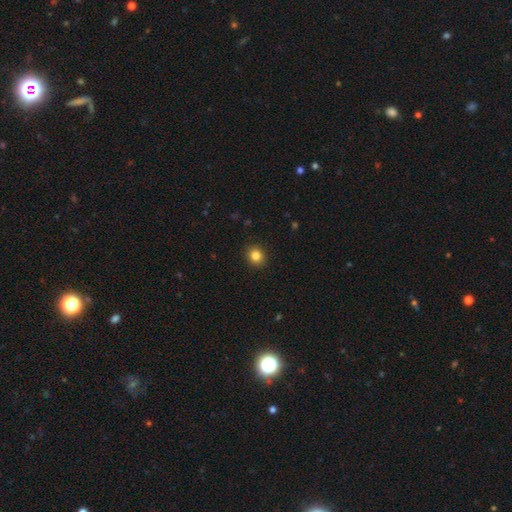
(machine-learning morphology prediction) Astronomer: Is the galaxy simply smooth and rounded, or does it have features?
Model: smooth — 84%.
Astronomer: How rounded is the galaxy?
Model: round — 82%.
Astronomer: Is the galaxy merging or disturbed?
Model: none — 92%.